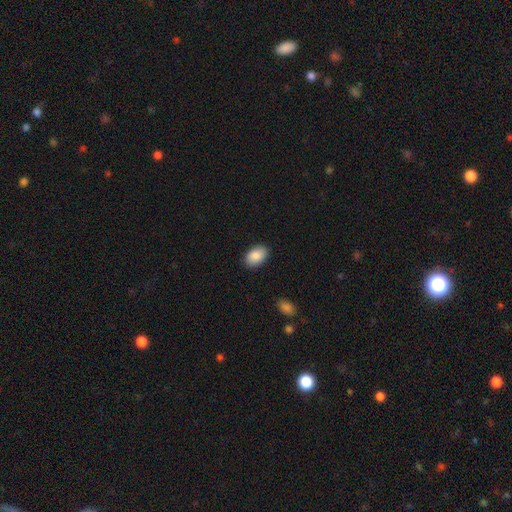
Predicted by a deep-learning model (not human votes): smooth_or_featured: smooth (p=0.89) [alt: star or artifact p=0.06]
how_rounded: in between (p=0.91) [alt: round p=0.08]
merging: none (p=0.88) [alt: minor disturbance p=0.09]